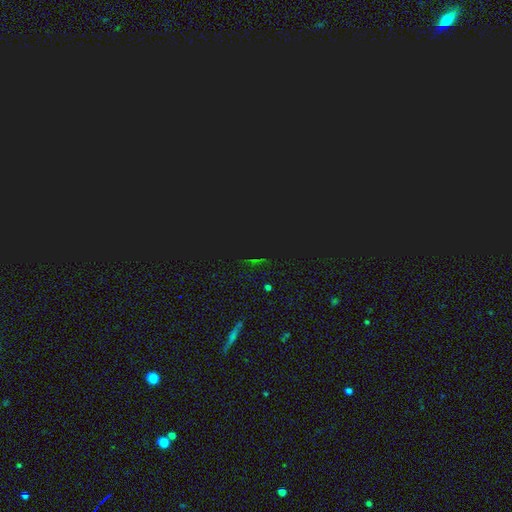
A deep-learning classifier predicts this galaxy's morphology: smooth_or_featured: star or artifact (p=0.78) [alt: smooth p=0.13]